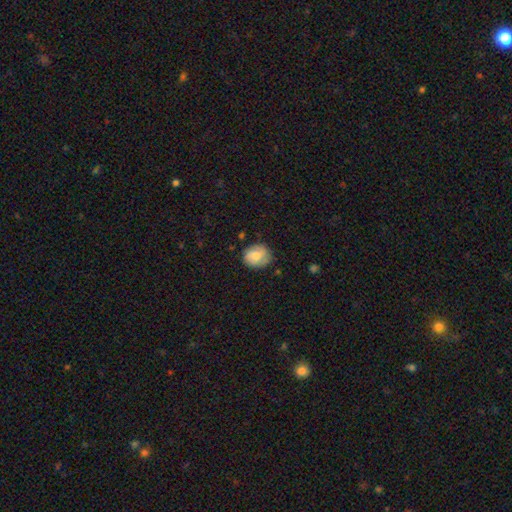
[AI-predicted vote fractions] This appears to be a smooth galaxy with no disk features (69%) that is round (62%). Merging: none (72%).